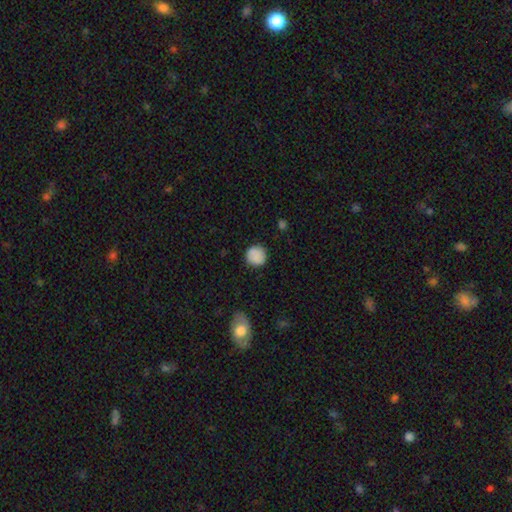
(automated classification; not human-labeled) smooth_or_featured: smooth (p=0.87) [alt: star or artifact p=0.08]
how_rounded: round (p=0.92) [alt: in between p=0.07]
merging: none (p=0.86) [alt: minor disturbance p=0.10]